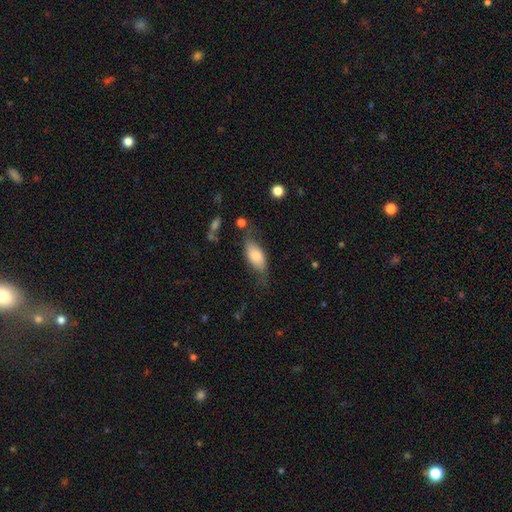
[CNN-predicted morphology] Smooth or featured?
  - smooth: 66% *
  - featured or disk: 28%
  - star or artifact: 6%
How rounded?
  - in between: 87% *
  - cigar-shaped: 10%
  - round: 3%
Merging?
  - none: 54% *
  - minor disturbance: 29%
  - major disturbance: 13%
  - merger: 4%